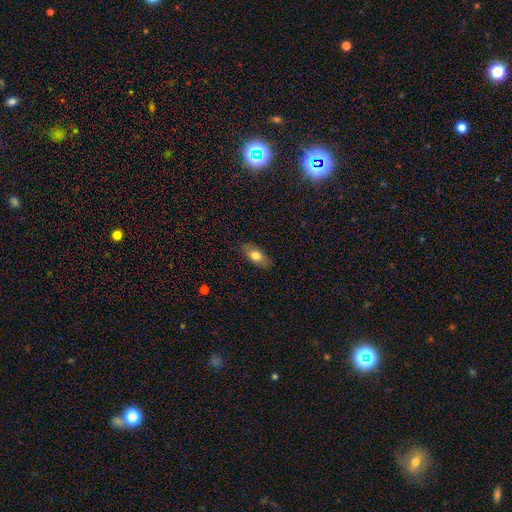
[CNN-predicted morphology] Smooth or featured? Predicted: smooth (p=0.76). How rounded? Predicted: in between (p=0.85). Merging? Predicted: none (p=0.85).